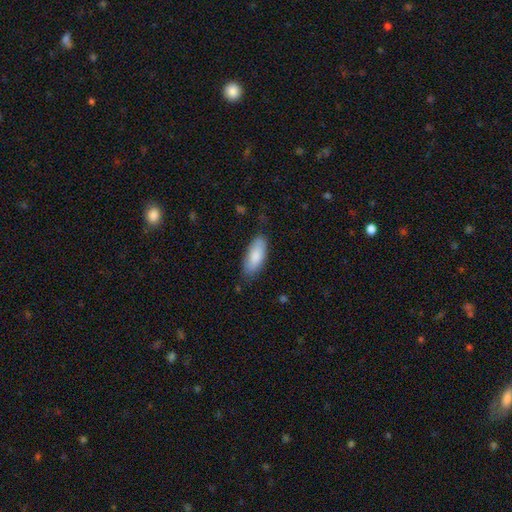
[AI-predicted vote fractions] Smooth or featured? Predicted: smooth (p=0.86). How rounded? Predicted: in between (p=0.82). Merging? Predicted: none (p=0.78).